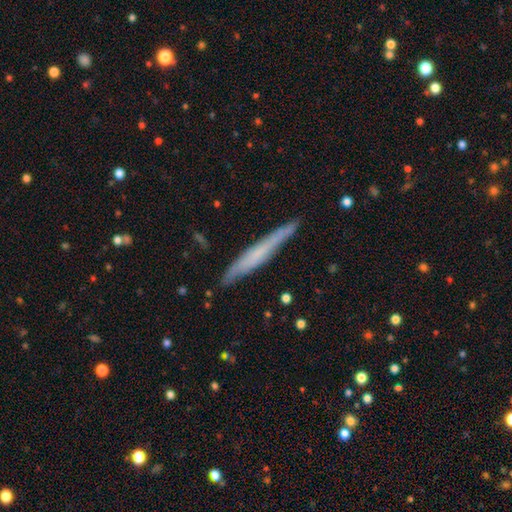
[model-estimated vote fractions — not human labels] Q: Smooth or featured?
A: featured or disk (47%); runner-up: smooth (46%)
Q: Merging?
A: none (86%); runner-up: minor disturbance (11%)